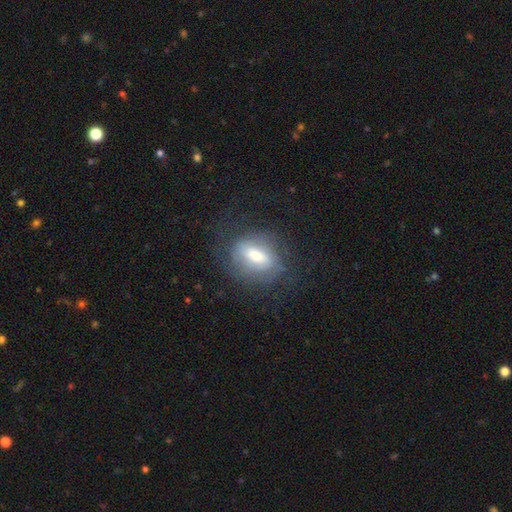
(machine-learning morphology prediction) Q: Smooth or featured?
A: featured or disk (46%); runner-up: smooth (45%)
Q: Merging?
A: none (66%); runner-up: minor disturbance (18%)